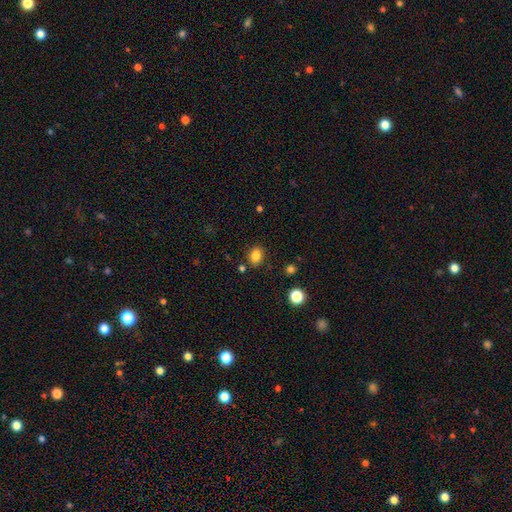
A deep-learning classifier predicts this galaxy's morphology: Smooth or featured: smooth — 83% (star or artifact — 11%)
How rounded: in between — 59% (round — 40%)
Merging: none — 82% (minor disturbance — 11%)